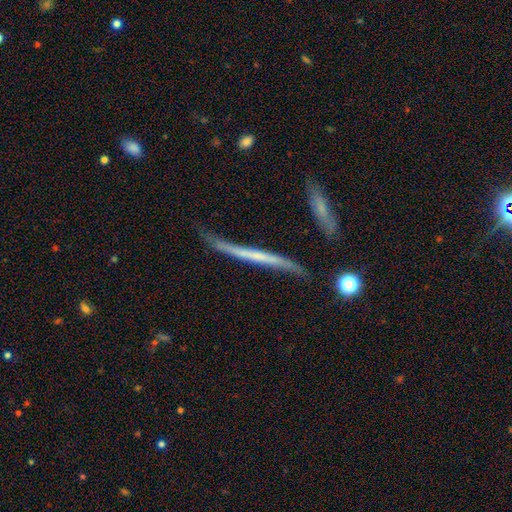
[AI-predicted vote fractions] Morphology: type=featured or disk (64%); edge-on=yes (84%); edge-on bulge=none (79%); merging=none (55%).